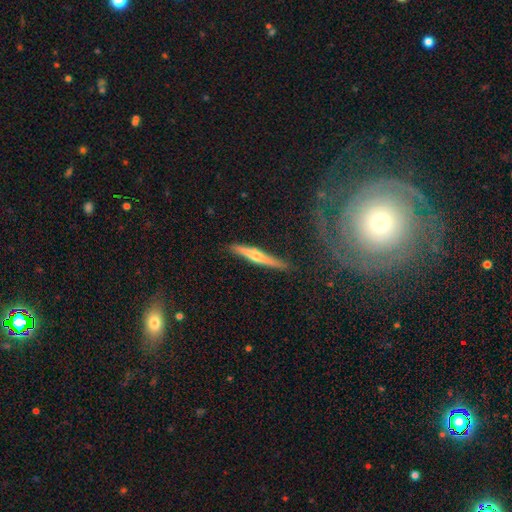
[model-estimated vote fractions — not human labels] Overall: featured or disk (62%; smooth 32%). Edge-on disk: yes (95%). Edge-on bulge: rounded (80%). Merging: none (87%).